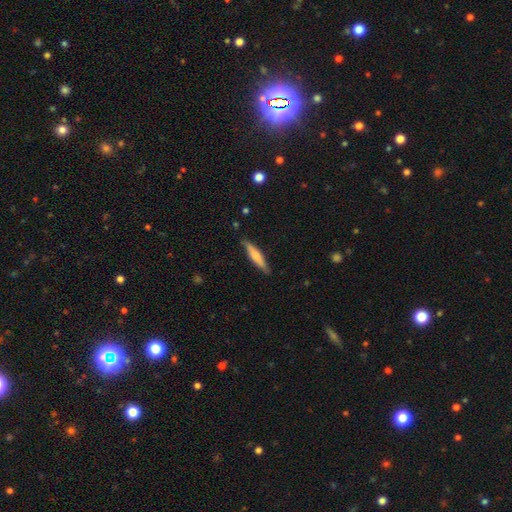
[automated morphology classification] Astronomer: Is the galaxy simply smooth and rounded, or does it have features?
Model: smooth — 67%.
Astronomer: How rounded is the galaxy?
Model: cigar-shaped — 86%.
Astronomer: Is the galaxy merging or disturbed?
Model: none — 84%.